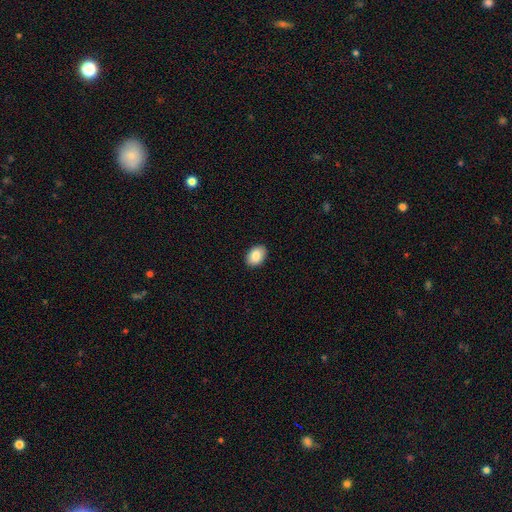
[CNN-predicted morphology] Overall: smooth (87%). How rounded: in between (81%). Merging: none (90%).